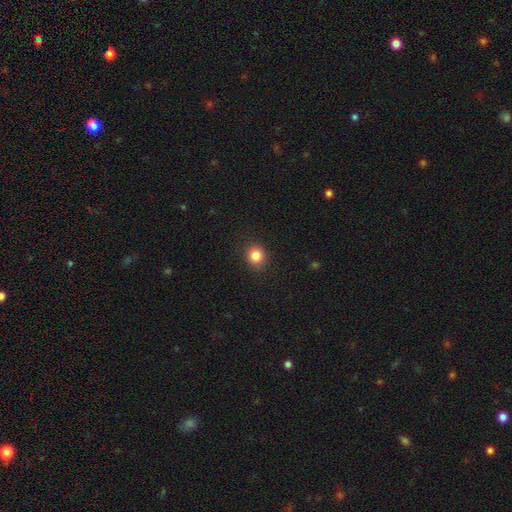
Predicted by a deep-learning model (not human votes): The model was most divided on "how rounded": round: 85%, in between: 14%, cigar-shaped: 1%. More confident: merging — none (89%); smooth or featured — smooth (85%).